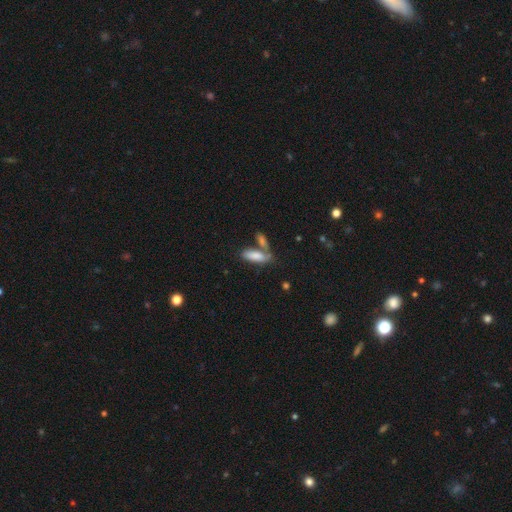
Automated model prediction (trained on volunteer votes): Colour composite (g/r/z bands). It shows a smooth galaxy with no disk features (80%) that is in between round and cigar-shaped (64%). Merging: none (45%).